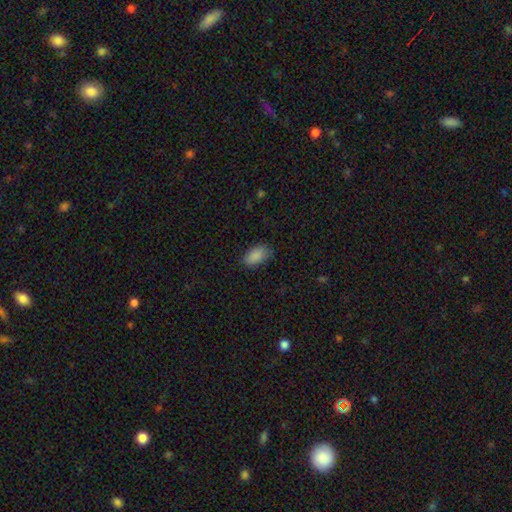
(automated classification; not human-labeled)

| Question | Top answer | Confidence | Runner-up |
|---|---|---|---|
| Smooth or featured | smooth | 88% | star or artifact (7%) |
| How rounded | in between | 94% | round (4%) |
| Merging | none | 79% | minor disturbance (17%) |